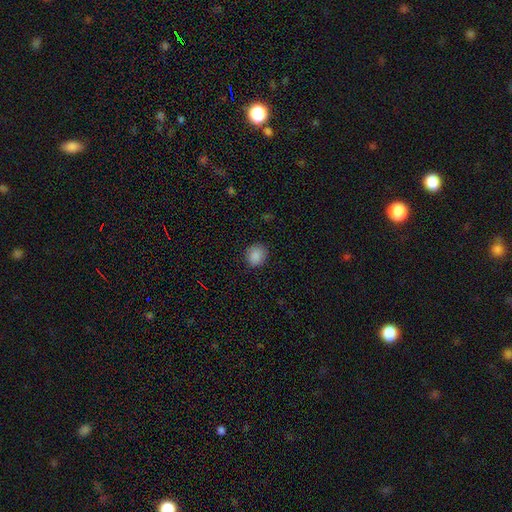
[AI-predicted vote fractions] Morphology: type=smooth (87%); roundness=round (81%); merging=none (87%).